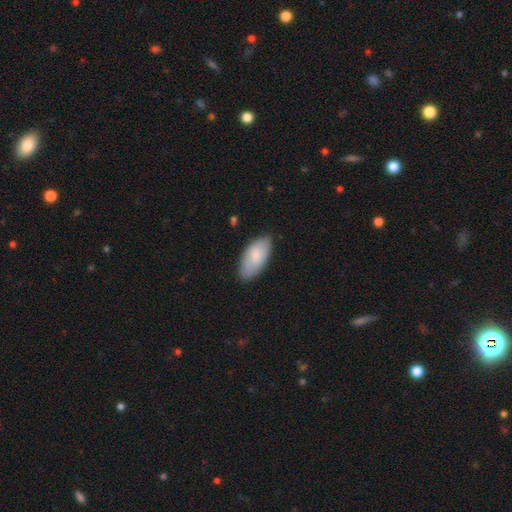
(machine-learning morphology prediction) The model was most divided on "merging": none: 79%, minor disturbance: 17%, major disturbance: 3%, merger: 1%. More confident: how rounded — in between (93%); smooth or featured — smooth (81%).